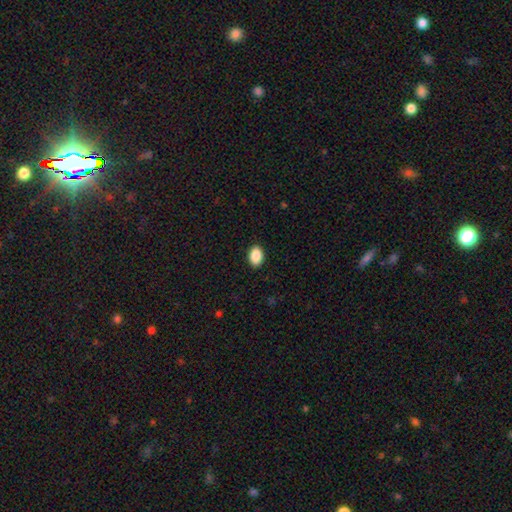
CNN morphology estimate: A smooth galaxy with no disk features (89%) that is in between round and cigar-shaped (87%).

Vote fractions:
- Smooth or featured? smooth: 89% / star or artifact: 7% / featured or disk: 3%
- How rounded? in between: 87% / round: 12% / cigar-shaped: 1%
- Merging? none: 91% / minor disturbance: 7% / major disturbance: 2% / merger: 1%